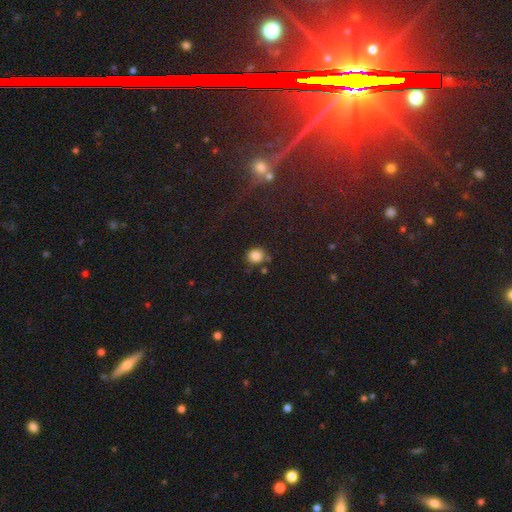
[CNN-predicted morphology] smooth_or_featured: smooth (p=0.84) [alt: star or artifact p=0.11]
how_rounded: round (p=0.77) [alt: in between p=0.22]
merging: none (p=0.73) [alt: minor disturbance p=0.14]